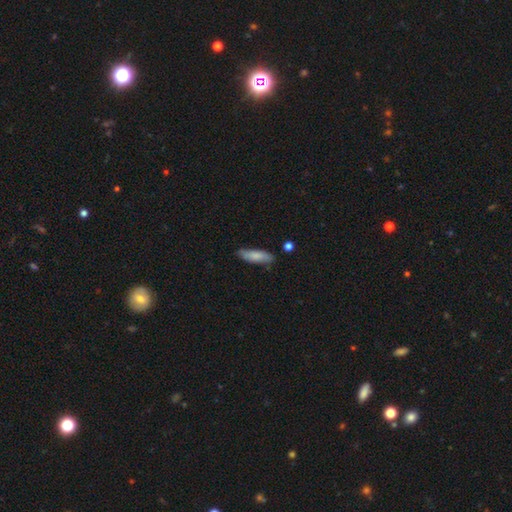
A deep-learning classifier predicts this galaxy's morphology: The model was most divided on "how rounded": cigar-shaped: 54%, in between: 44%, round: 2%. More confident: smooth or featured — smooth (79%); merging — none (78%).